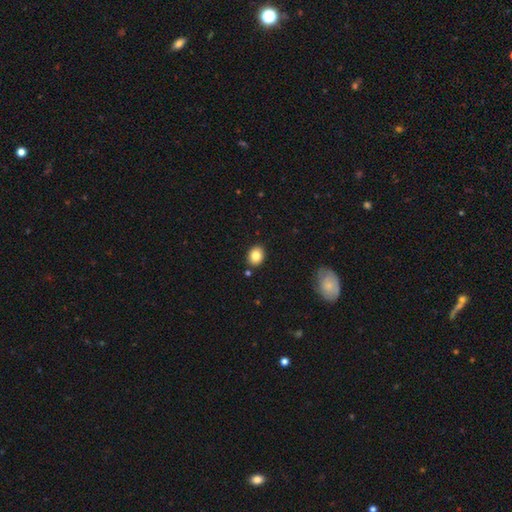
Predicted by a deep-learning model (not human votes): Smooth or featured?
  - smooth: 84% *
  - star or artifact: 9%
  - featured or disk: 7%
How rounded?
  - in between: 57% *
  - round: 42%
  - cigar-shaped: 1%
Merging?
  - none: 86% *
  - minor disturbance: 9%
  - merger: 3%
  - major disturbance: 2%